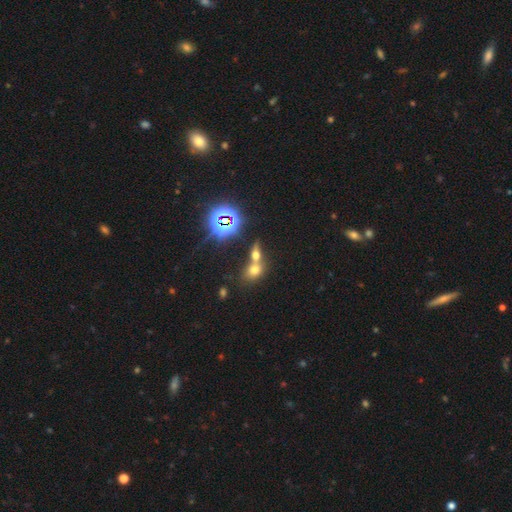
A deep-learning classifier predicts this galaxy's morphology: smooth 55%, star or artifact 28%, featured or disk 18%. Down the decision tree: how rounded — in between (51%); merging — merger (62%).